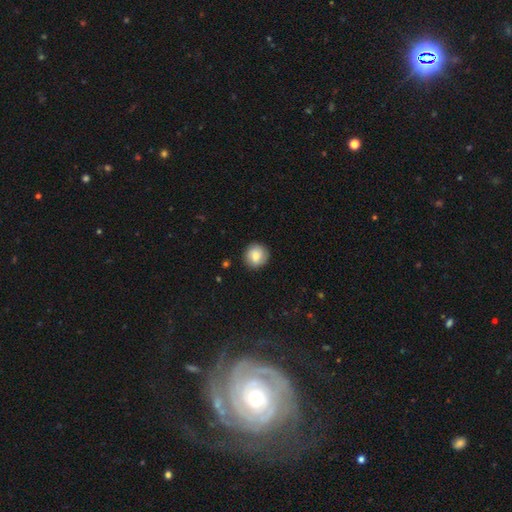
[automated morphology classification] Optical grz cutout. It shows a smooth galaxy with no disk features (76%) that is round (91%). Merging: none (86%).